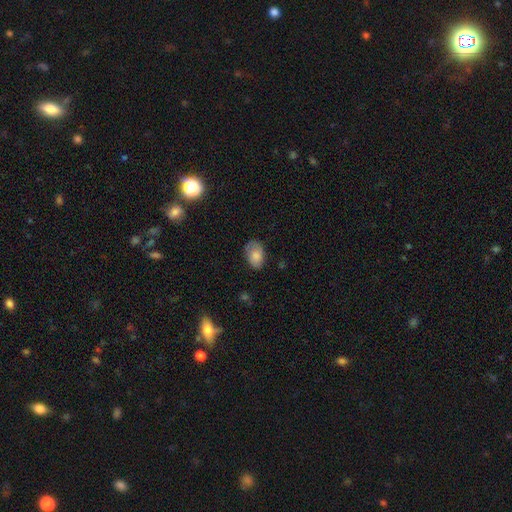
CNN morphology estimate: A smooth galaxy with no disk features (77%) that is in between round and cigar-shaped (88%).

Vote fractions:
- Smooth or featured? smooth: 77% / featured or disk: 15% / star or artifact: 8%
- How rounded? in between: 88% / round: 11% / cigar-shaped: 1%
- Merging? none: 69% / minor disturbance: 24% / major disturbance: 6% / merger: 1%